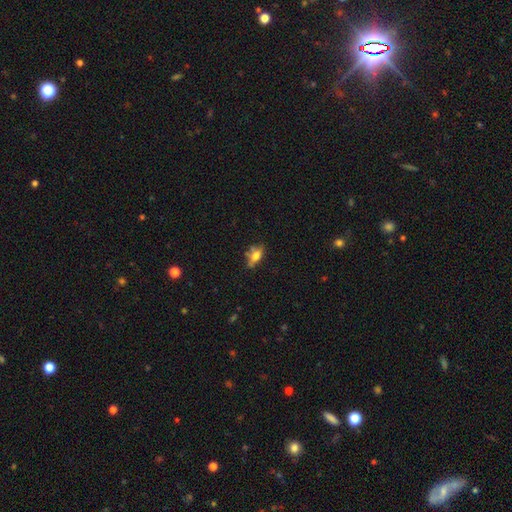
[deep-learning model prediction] This is possibly a smooth galaxy (59%). How rounded: likely in between (78%). Merging: possibly none (53%).